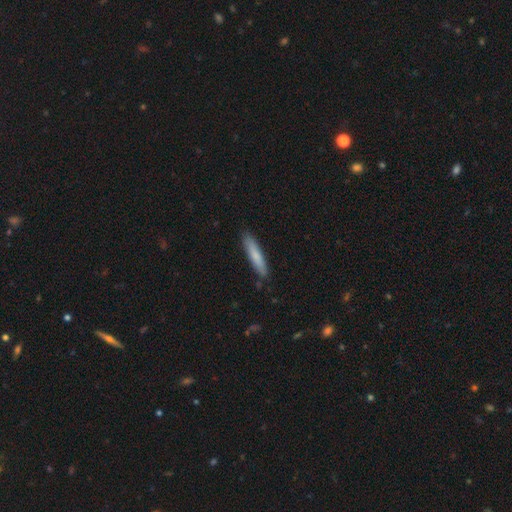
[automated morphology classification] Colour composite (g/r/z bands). It shows a smooth galaxy with no disk features (77%) that is cigar-shaped (88%). Merging: none (87%).